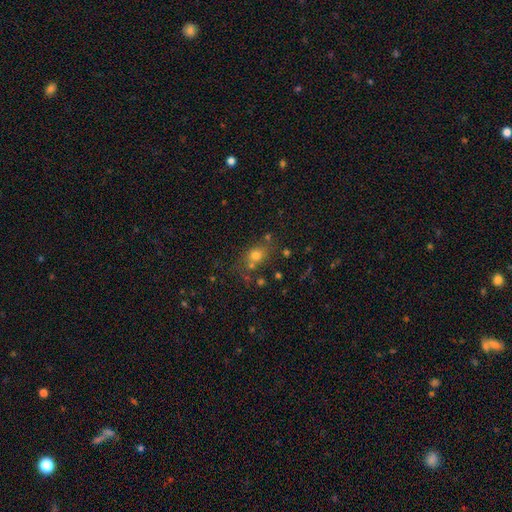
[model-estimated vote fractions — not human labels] Overall: smooth (65%). How rounded: round (58%; in between 40%). Merging: none (62%).